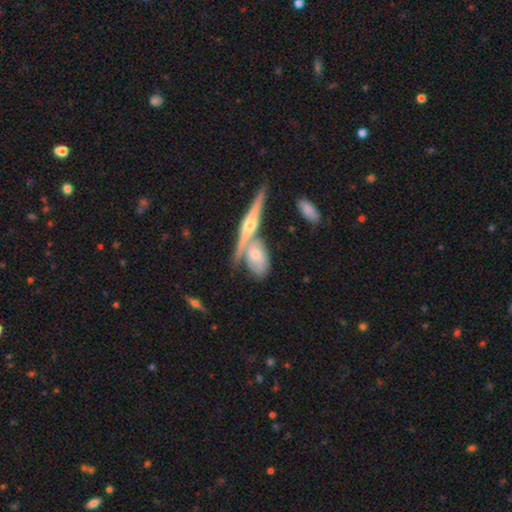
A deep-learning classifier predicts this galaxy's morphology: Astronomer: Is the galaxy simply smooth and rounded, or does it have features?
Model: featured or disk — 56% (runner-up: smooth, 38%).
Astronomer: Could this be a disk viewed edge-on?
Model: yes — 51% (runner-up: no, 49%).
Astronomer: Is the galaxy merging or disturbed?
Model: merger — 39% (runner-up: none, 38%).